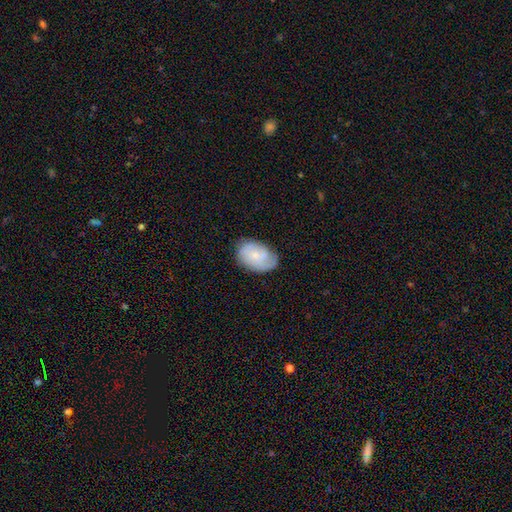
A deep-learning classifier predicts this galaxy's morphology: This appears to be a featured or disk galaxy (51%). Merging: none (71%).